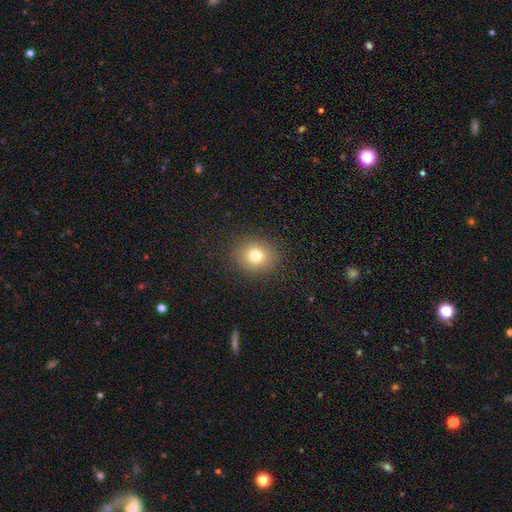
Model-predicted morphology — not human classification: This appears to be a smooth galaxy with no disk features (78%) that is round (78%). Merging: none (89%).